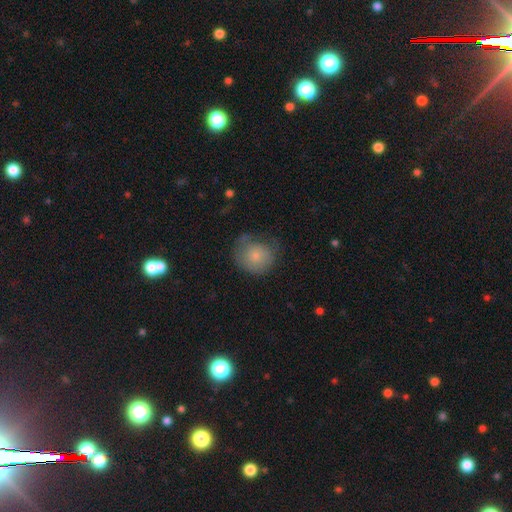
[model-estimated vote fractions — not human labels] smooth_or_featured: smooth (p=0.74) [alt: featured or disk p=0.18]
how_rounded: round (p=0.83) [alt: in between p=0.16]
merging: none (p=0.53) [alt: minor disturbance p=0.30]